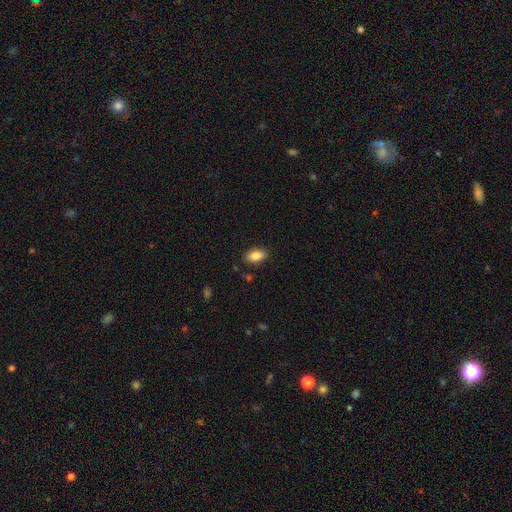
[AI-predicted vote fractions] This is clearly a smooth galaxy (85%). How rounded: clearly in between (91%). Merging: clearly none (86%).